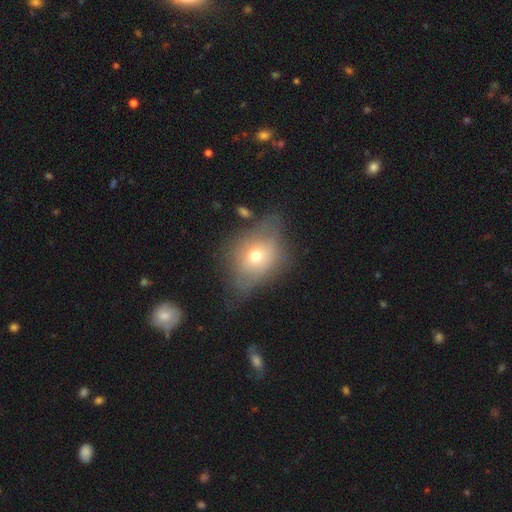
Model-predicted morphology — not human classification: This appears to be a smooth galaxy with no disk features (57%) that is in between round and cigar-shaped (60%). Merging: none (49%).